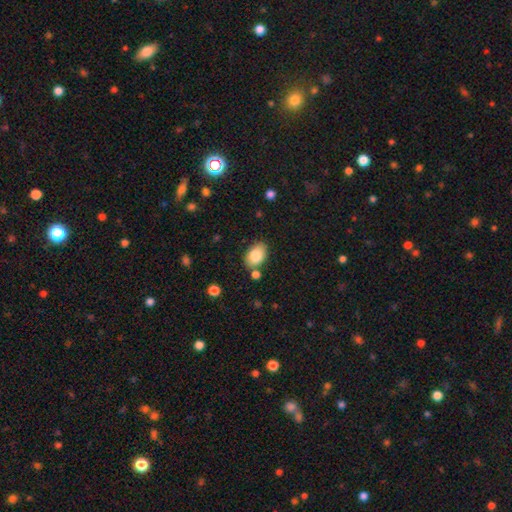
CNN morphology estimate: type=smooth (82%); roundness=in between (84%); merging=none (76%).